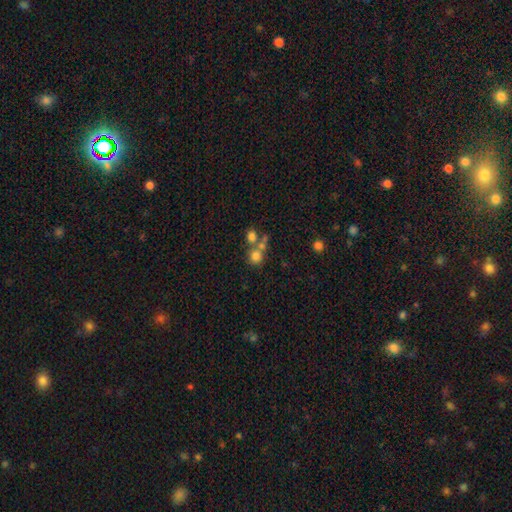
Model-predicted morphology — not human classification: Smooth or featured? smooth (75%)
How rounded? round (84%)
Merging? none (47%)